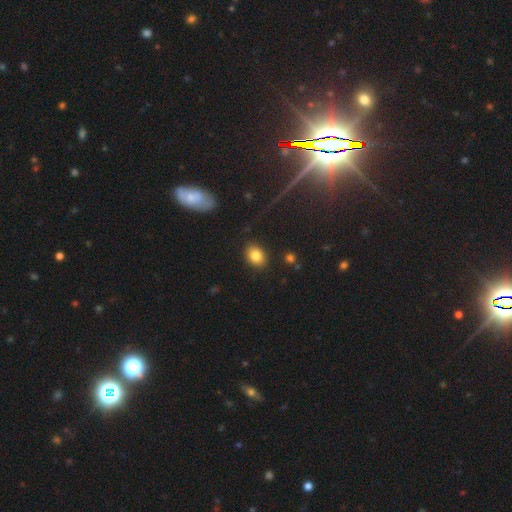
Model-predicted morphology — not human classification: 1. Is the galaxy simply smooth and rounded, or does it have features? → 83% smooth, 10% star or artifact, 7% featured or disk.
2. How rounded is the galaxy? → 62% in between, 37% round, 1% cigar-shaped.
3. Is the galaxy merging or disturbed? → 88% none, 8% minor disturbance, 2% major disturbance, 2% merger.